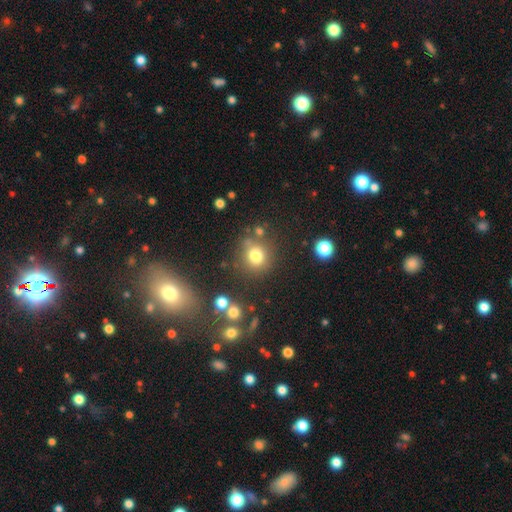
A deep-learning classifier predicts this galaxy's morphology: smooth 77%, star or artifact 15%, featured or disk 8%. Down the decision tree: how rounded — round (86%); merging — none (75%).